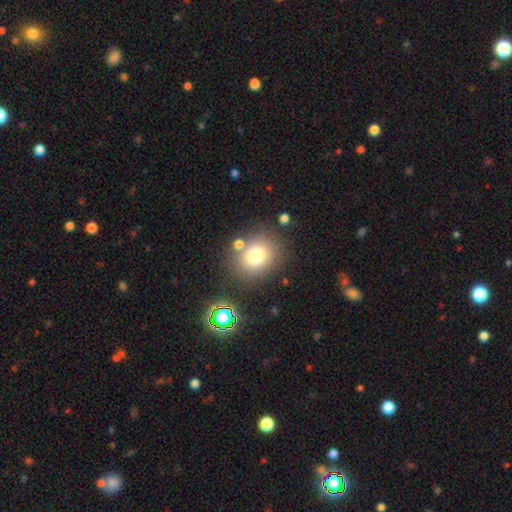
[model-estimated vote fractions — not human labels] This is likely a smooth galaxy (74%). How rounded: likely round (72%). Merging: likely none (76%).